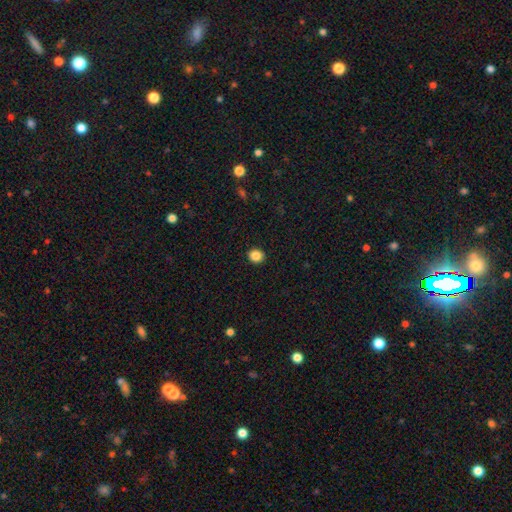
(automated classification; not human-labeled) Morphology: type=smooth (86%); roundness=round (85%); merging=none (93%).